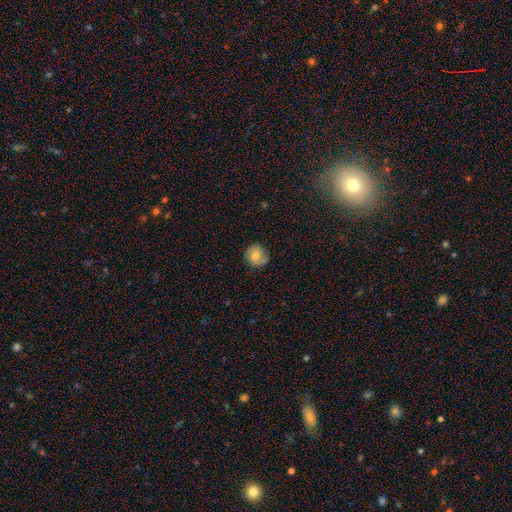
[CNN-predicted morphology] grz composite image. It shows a smooth galaxy with no disk features (61%) that is round (84%). Merging: none (74%).